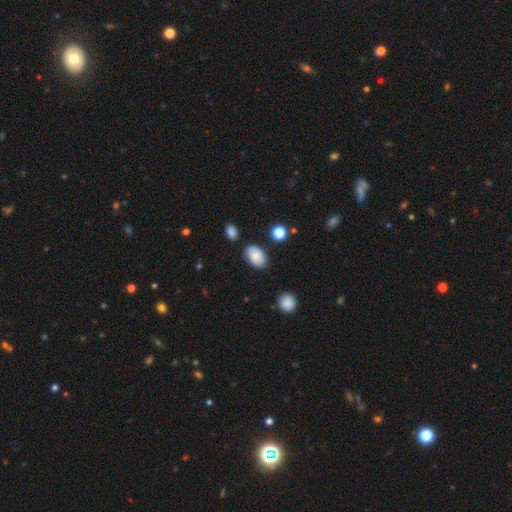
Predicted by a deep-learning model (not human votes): A smooth galaxy with no disk features (83%) that is in between round and cigar-shaped (89%). Merging: none (80%).